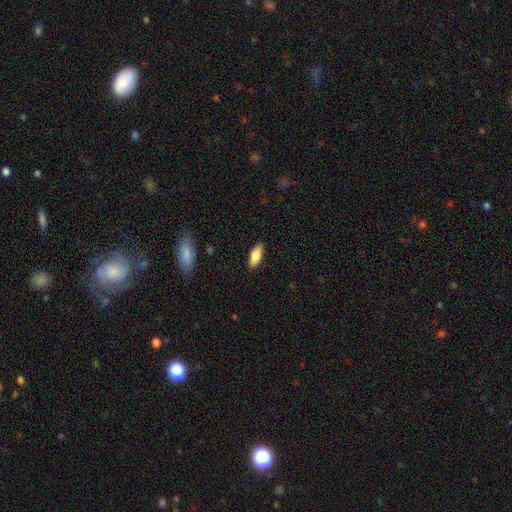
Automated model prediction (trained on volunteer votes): A smooth galaxy with no disk features (78%) that is in between round and cigar-shaped (76%).

Vote fractions:
- Smooth or featured? smooth: 78% / featured or disk: 16% / star or artifact: 6%
- How rounded? in between: 76% / cigar-shaped: 22% / round: 2%
- Merging? none: 87% / minor disturbance: 10% / major disturbance: 2% / merger: 1%